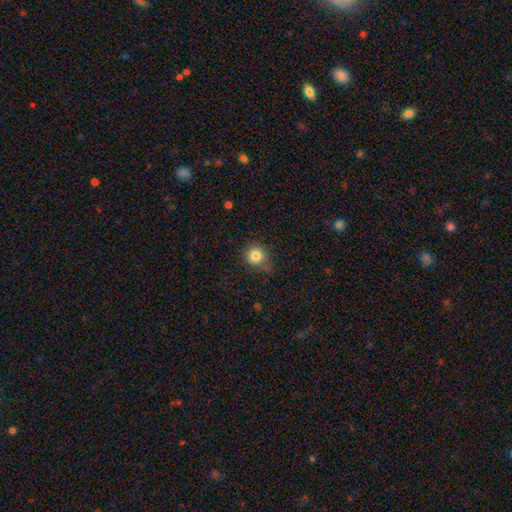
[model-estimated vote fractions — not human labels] smooth_or_featured: smooth (p=0.83) [alt: star or artifact p=0.11]
how_rounded: round (p=0.88) [alt: in between p=0.11]
merging: none (p=0.68) [alt: minor disturbance p=0.23]